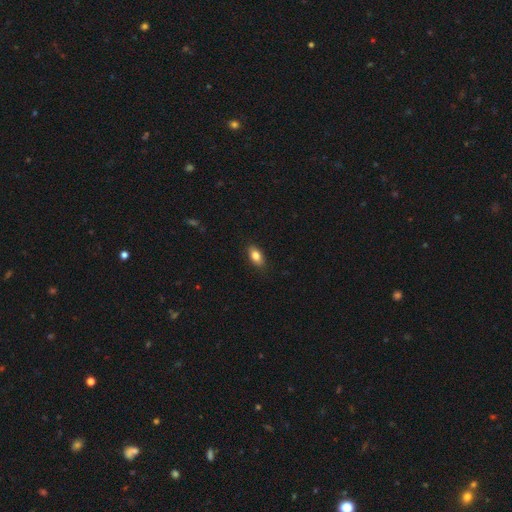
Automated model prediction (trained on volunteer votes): Overall: smooth (82%). How rounded: in between (89%). Merging: none (87%).